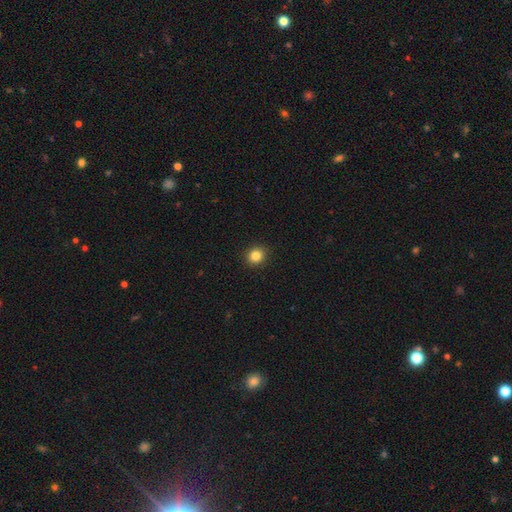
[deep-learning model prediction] This is clearly a smooth galaxy (85%). How rounded: clearly round (85%). Merging: clearly none (92%).